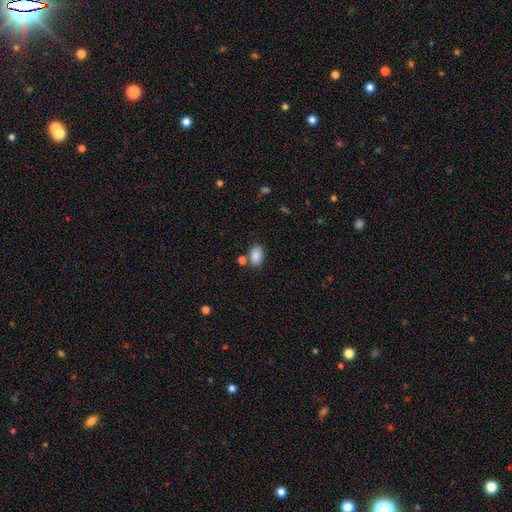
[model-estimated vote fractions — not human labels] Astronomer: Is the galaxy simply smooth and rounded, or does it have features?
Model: smooth — 87%.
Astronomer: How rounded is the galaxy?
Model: in between — 86%.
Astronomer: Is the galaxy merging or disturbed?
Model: none — 70%.